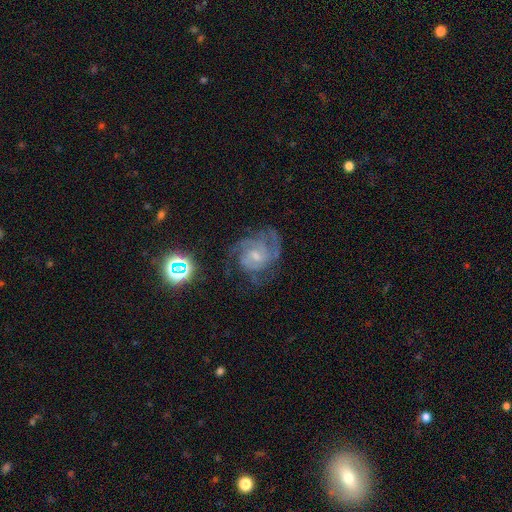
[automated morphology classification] Smooth or featured?
  - featured or disk: 82% *
  - star or artifact: 10%
  - smooth: 8%
Edge-on disk?
  - no: 98% *
  - yes: 2%
Bar?
  - no: 54% *
  - weak: 39%
  - strong: 7%
Spiral arms?
  - yes: 96% *
  - no: 4%
Spiral winding?
  - tight: 55% *
  - medium: 38%
  - loose: 7%
Spiral arm count?
  - 3: 31% *
  - can't tell: 25%
  - 2: 21%
  - 4: 12%
  - 1: 6%
  - more than 4: 6%
Bulge size?
  - small: 61% *
  - moderate: 30%
  - none: 6%
  - large: 2%
  - dominant: 1%
Merging?
  - none: 65% *
  - minor disturbance: 20%
  - major disturbance: 13%
  - merger: 2%